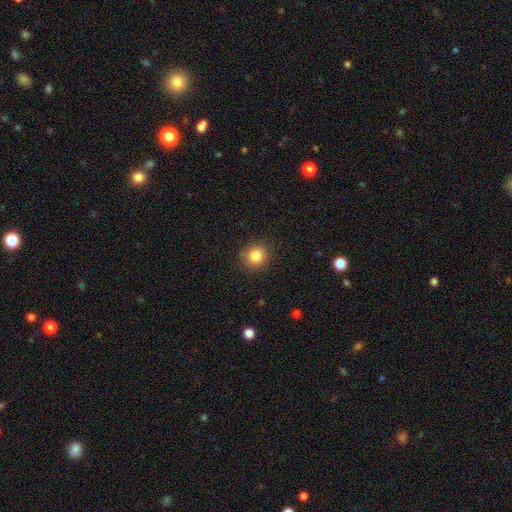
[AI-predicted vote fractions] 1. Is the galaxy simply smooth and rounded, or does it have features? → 84% smooth, 10% star or artifact, 5% featured or disk.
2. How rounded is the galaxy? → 88% round, 11% in between, 1% cigar-shaped.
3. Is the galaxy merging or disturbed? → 89% none, 8% minor disturbance, 2% major disturbance, 1% merger.